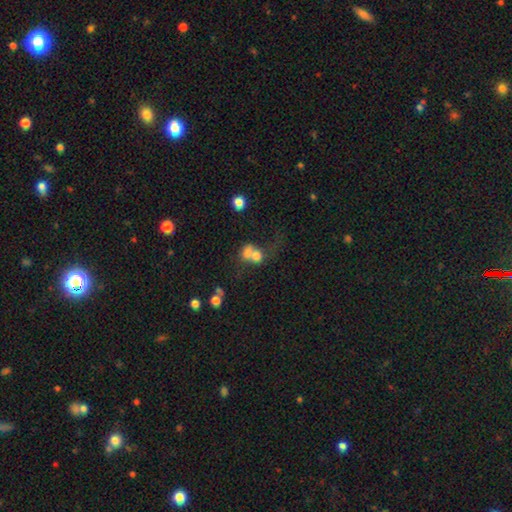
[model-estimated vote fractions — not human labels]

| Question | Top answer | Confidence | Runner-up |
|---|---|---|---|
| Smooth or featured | smooth | 68% | featured or disk (19%) |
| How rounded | round | 61% | in between (38%) |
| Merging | merger | 66% | none (19%) |